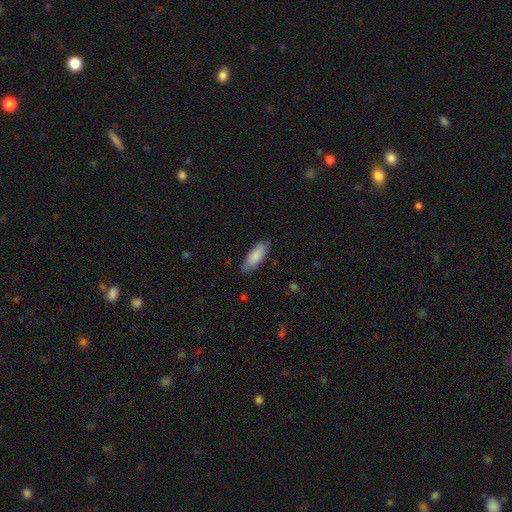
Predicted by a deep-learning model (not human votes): A smooth galaxy with no disk features (86%) that is in between round and cigar-shaped (64%).

Vote fractions:
- Smooth or featured? smooth: 86% / featured or disk: 9% / star or artifact: 5%
- How rounded? in between: 64% / cigar-shaped: 34% / round: 1%
- Merging? none: 83% / minor disturbance: 13% / major disturbance: 2% / merger: 1%